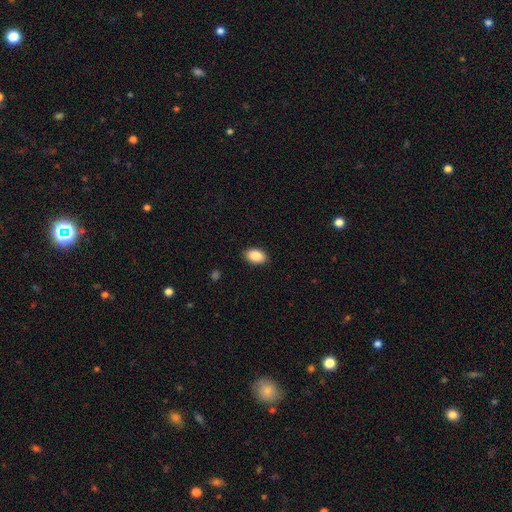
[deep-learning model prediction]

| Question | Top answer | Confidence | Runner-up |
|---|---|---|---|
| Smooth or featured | smooth | 89% | star or artifact (7%) |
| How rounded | in between | 89% | round (9%) |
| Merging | none | 88% | minor disturbance (9%) |